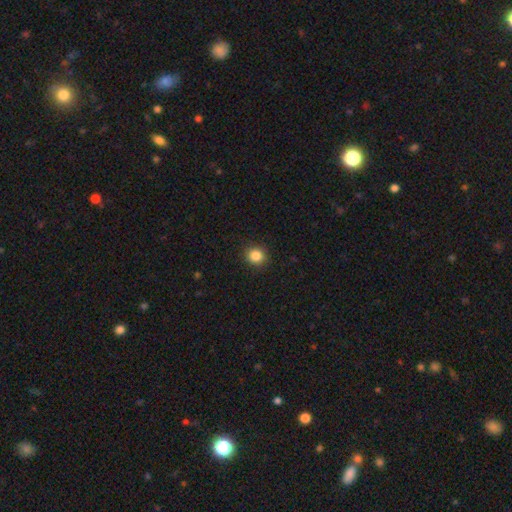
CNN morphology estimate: This is clearly a smooth galaxy (86%). How rounded: clearly round (83%). Merging: clearly none (90%).